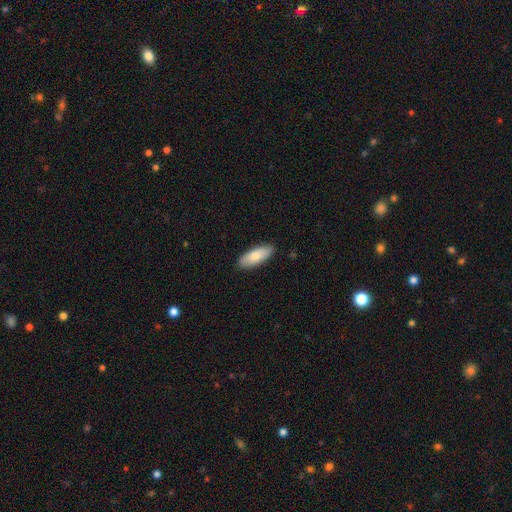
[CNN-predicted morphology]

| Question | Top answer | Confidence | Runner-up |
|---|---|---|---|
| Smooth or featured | smooth | 79% | featured or disk (16%) |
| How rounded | in between | 75% | cigar-shaped (23%) |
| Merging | none | 88% | minor disturbance (9%) |